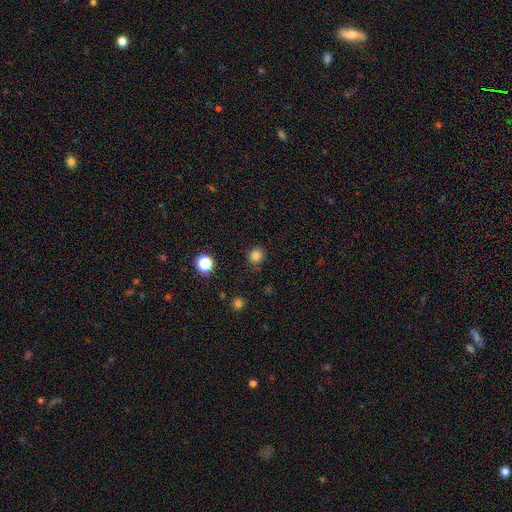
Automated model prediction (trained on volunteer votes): Morphology: type=smooth (81%); roundness=round (84%); merging=none (86%).